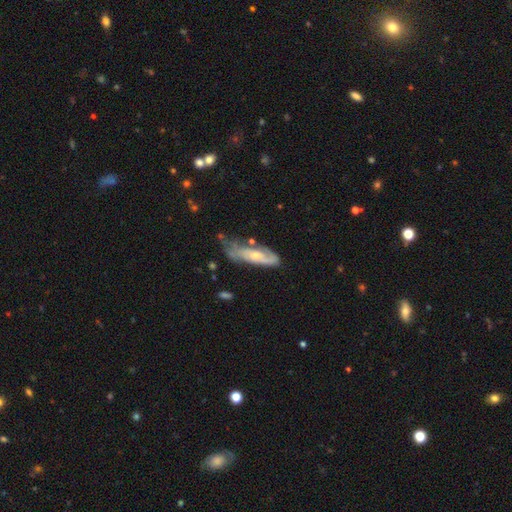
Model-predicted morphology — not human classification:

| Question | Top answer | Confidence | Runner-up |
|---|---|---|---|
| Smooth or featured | featured or disk | 62% | smooth (32%) |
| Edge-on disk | no | 82% | yes (18%) |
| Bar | no | 67% | weak (26%) |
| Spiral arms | yes | 79% | no (21%) |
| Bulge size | small | 50% | moderate (43%) |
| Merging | none | 37% | minor disturbance (33%) |